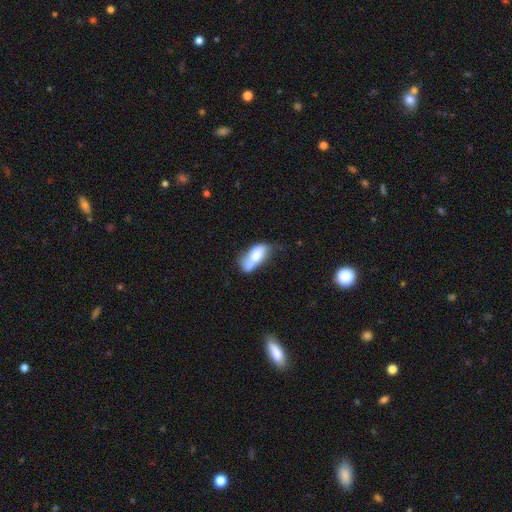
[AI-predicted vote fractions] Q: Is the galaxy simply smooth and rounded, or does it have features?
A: smooth — 60%.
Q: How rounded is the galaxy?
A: in between — 78%.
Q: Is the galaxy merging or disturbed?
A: merger — 45%.